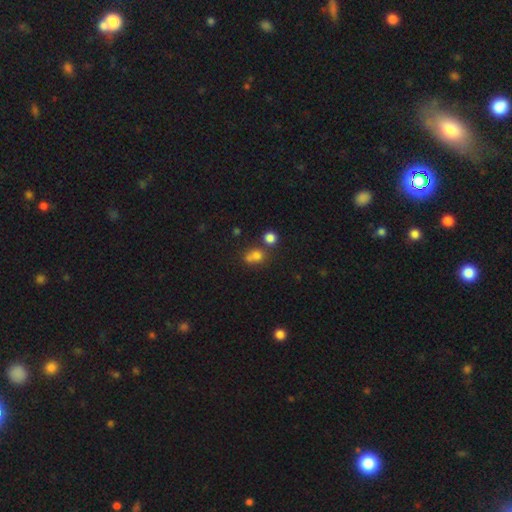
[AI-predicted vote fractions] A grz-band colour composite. It shows a smooth galaxy with no disk features (72%) that is round (67%). Merging: none (43%).